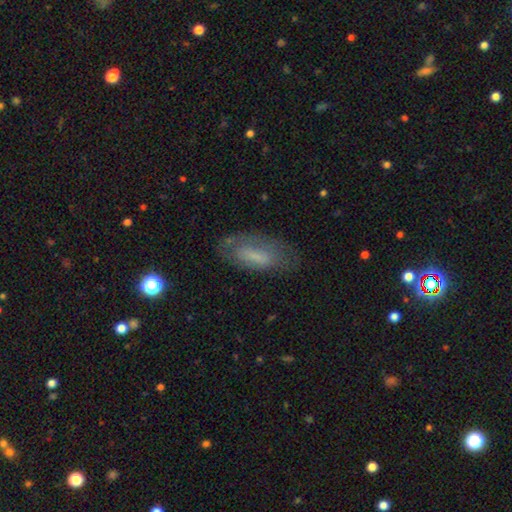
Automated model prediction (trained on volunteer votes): The model was most divided on "smooth or featured": smooth: 56%, featured or disk: 35%, star or artifact: 9%. More confident: how rounded — in between (75%); merging — none (65%).